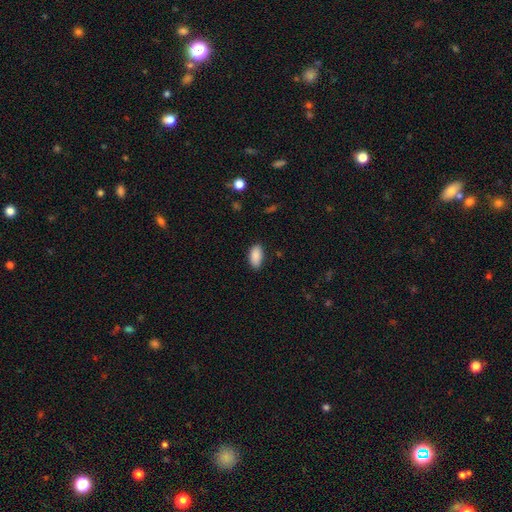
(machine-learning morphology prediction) type=smooth (90%); roundness=in between (93%); merging=none (84%).